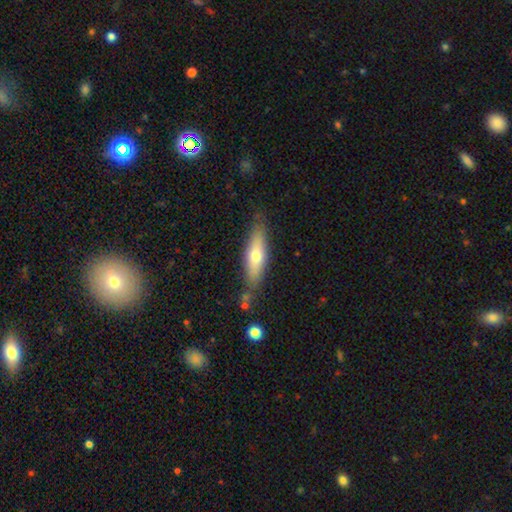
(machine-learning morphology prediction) smooth-or-featured: smooth: 59% | featured or disk: 34% | star or artifact: 6%
  how-rounded: cigar-shaped: 62% | in between: 35% | round: 2%
  merging: none: 77% | minor disturbance: 16% | merger: 4% | major disturbance: 3%